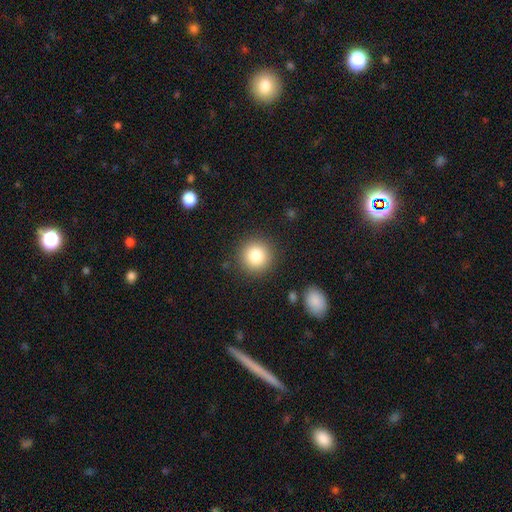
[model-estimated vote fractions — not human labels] Overall: smooth (81%). How rounded: round (95%). Merging: none (89%).